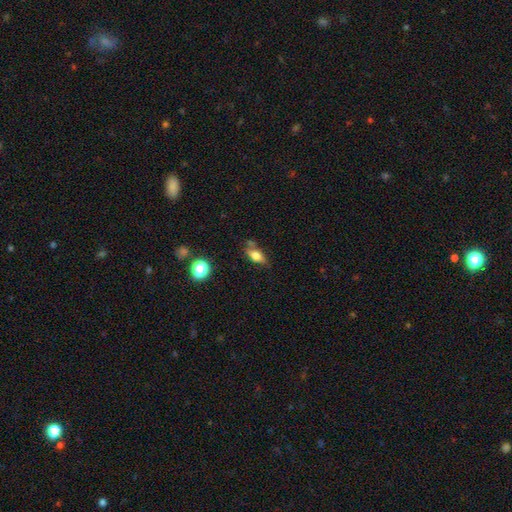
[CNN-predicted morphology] A smooth galaxy with no disk features (72%) that is in between round and cigar-shaped (79%).

Vote fractions:
- Smooth or featured? smooth: 72% / featured or disk: 18% / star or artifact: 11%
- How rounded? in between: 79% / cigar-shaped: 13% / round: 8%
- Merging? none: 62% / minor disturbance: 22% / merger: 11% / major disturbance: 6%